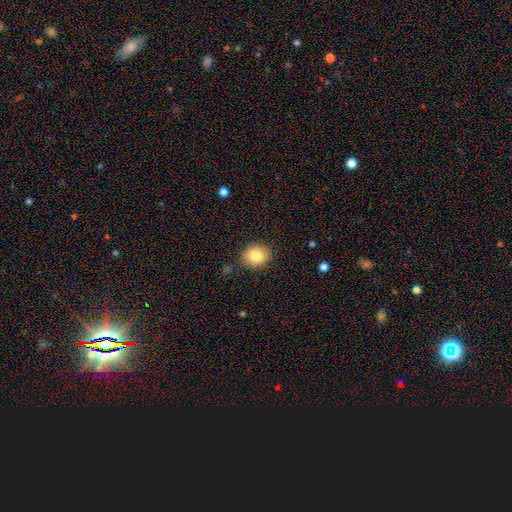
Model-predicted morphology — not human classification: type=smooth (83%); roundness=round (67%); merging=none (85%).